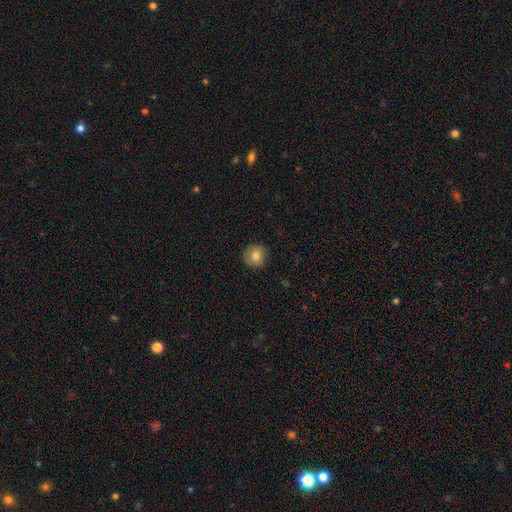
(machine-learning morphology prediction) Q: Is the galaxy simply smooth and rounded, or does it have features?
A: smooth — 81%.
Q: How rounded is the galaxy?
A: round — 90%.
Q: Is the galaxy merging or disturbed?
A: none — 87%.